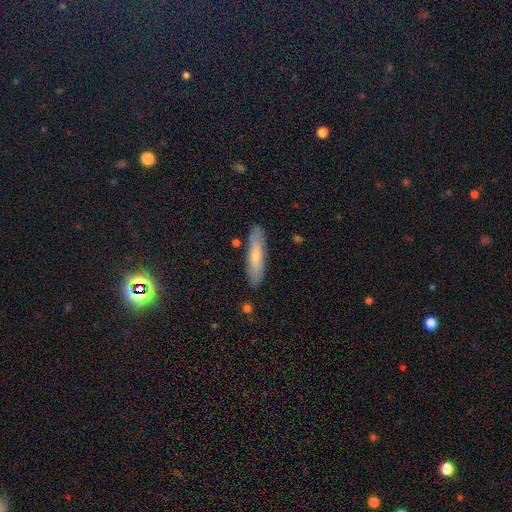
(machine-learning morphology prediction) Smooth or featured?
  - smooth: 65% *
  - featured or disk: 28%
  - star or artifact: 7%
How rounded?
  - cigar-shaped: 76% *
  - in between: 23%
  - round: 2%
Merging?
  - none: 85% *
  - minor disturbance: 11%
  - major disturbance: 2%
  - merger: 2%